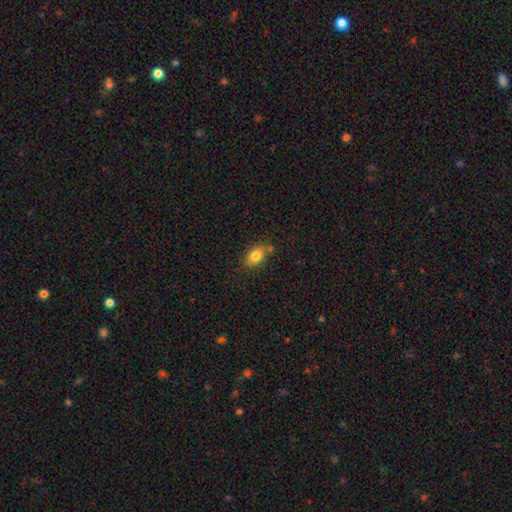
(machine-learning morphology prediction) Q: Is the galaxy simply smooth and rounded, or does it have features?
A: smooth — 81%.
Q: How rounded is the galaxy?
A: in between — 85%.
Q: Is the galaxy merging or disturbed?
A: none — 72%.